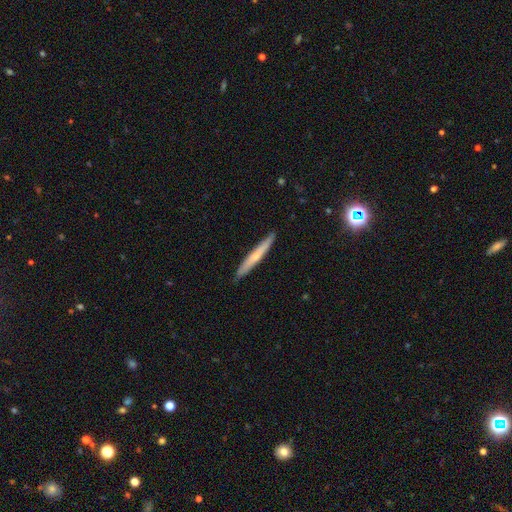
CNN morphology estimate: This appears to be a smooth galaxy with no disk features (51%) that is cigar-shaped (96%). Merging: none (89%).